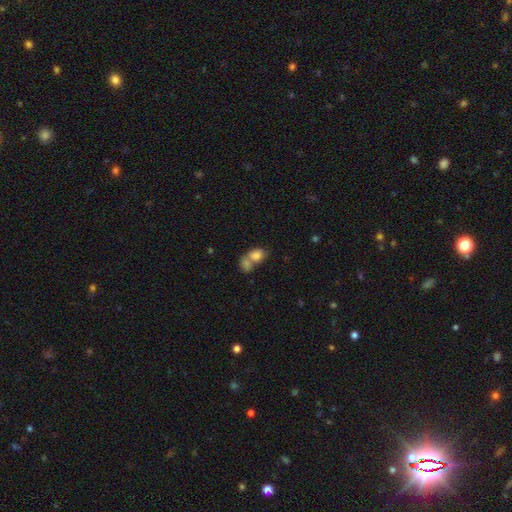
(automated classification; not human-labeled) smooth 81%, featured or disk 10%, star or artifact 9%. Down the decision tree: how rounded — in between (69%); merging — merger (63%).